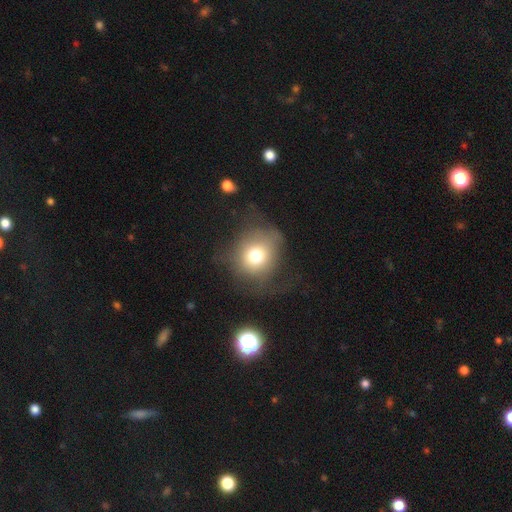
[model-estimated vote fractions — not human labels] A smooth galaxy with no disk features (70%) that is round (84%).

Vote fractions:
- Smooth or featured? smooth: 70% / featured or disk: 18% / star or artifact: 13%
- How rounded? round: 84% / in between: 15% / cigar-shaped: 1%
- Merging? none: 56% / major disturbance: 22% / minor disturbance: 20% / merger: 2%